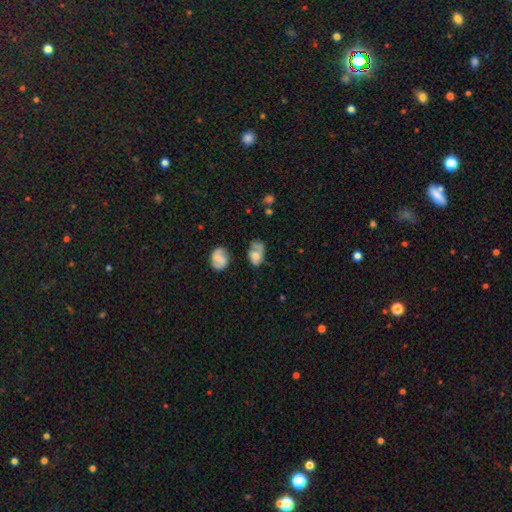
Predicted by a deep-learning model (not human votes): Smooth or featured? smooth (53%)
How rounded? in between (80%)
Merging? none (36%)